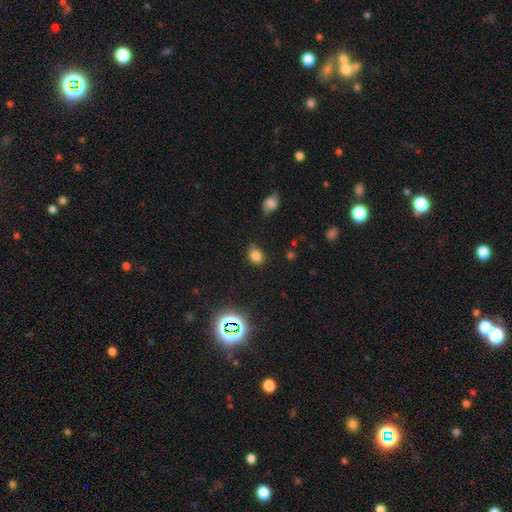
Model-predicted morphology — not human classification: A smooth galaxy with no disk features (77%) that is in between round and cigar-shaped (52%).

Vote fractions:
- Smooth or featured? smooth: 77% / star or artifact: 17% / featured or disk: 6%
- How rounded? in between: 52% / round: 47% / cigar-shaped: 1%
- Merging? none: 74% / minor disturbance: 20% / major disturbance: 4% / merger: 2%